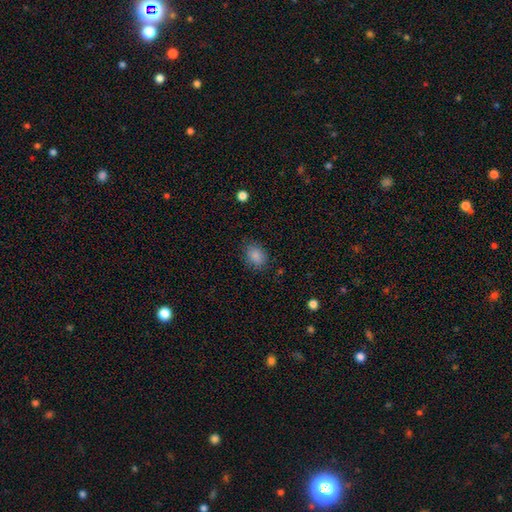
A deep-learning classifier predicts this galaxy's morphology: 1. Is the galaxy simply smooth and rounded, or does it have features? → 86% smooth, 9% star or artifact, 4% featured or disk.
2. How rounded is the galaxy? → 62% in between, 37% round, 1% cigar-shaped.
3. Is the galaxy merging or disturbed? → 82% none, 13% minor disturbance, 4% major disturbance, 1% merger.